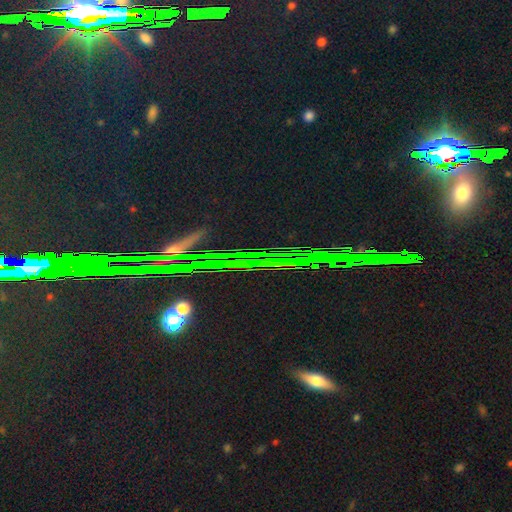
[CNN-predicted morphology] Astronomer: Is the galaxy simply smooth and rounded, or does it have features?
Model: star or artifact — 84%.